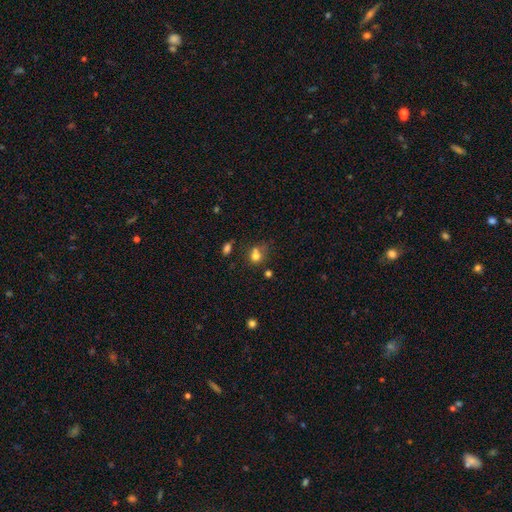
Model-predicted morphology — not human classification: A smooth galaxy with no disk features (72%) that is round (67%).

Vote fractions:
- Smooth or featured? smooth: 72% / star or artifact: 15% / featured or disk: 13%
- How rounded? round: 67% / in between: 32% / cigar-shaped: 1%
- Merging? none: 42% / merger: 30% / minor disturbance: 17% / major disturbance: 10%